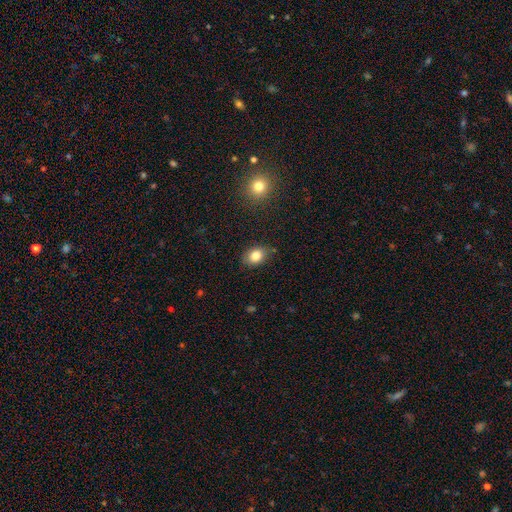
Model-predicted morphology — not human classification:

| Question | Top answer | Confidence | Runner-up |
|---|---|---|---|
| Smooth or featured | smooth | 84% | star or artifact (10%) |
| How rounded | in between | 66% | round (33%) |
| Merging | none | 80% | minor disturbance (15%) |